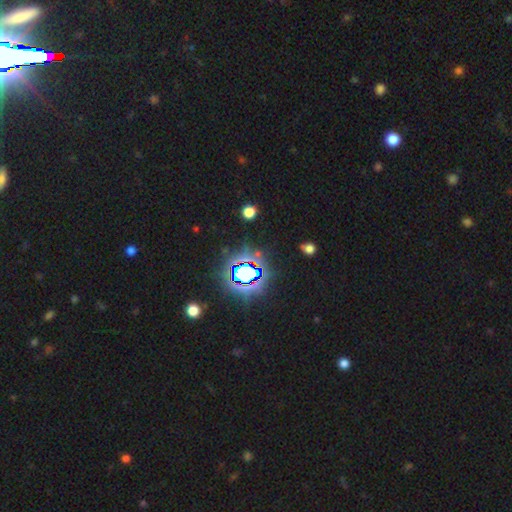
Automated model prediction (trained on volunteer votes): A star or artifact, not a galaxy (78%).

Vote fractions:
- Smooth or featured? star or artifact: 78% / smooth: 14% / featured or disk: 9%